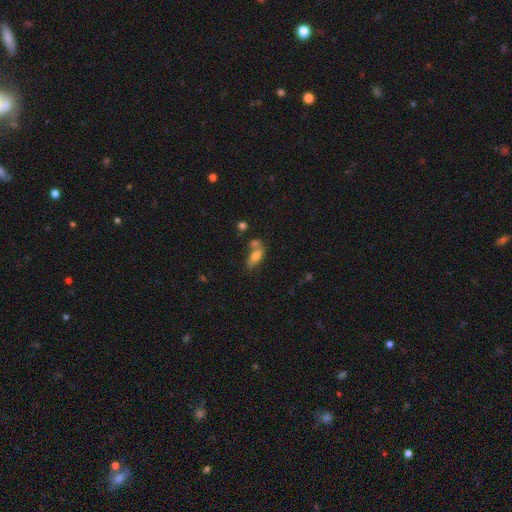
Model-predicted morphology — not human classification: Overall: smooth (69%). How rounded: in between (79%). Merging: none (37%, tied with merger).